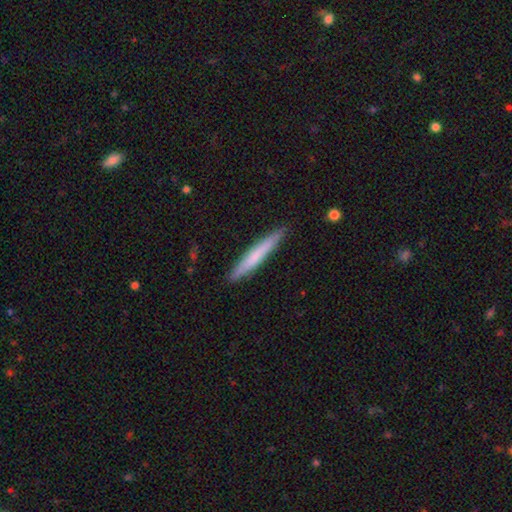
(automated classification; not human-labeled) Overall: smooth (64%; featured or disk 31%). How rounded: cigar-shaped (96%). Merging: none (90%).